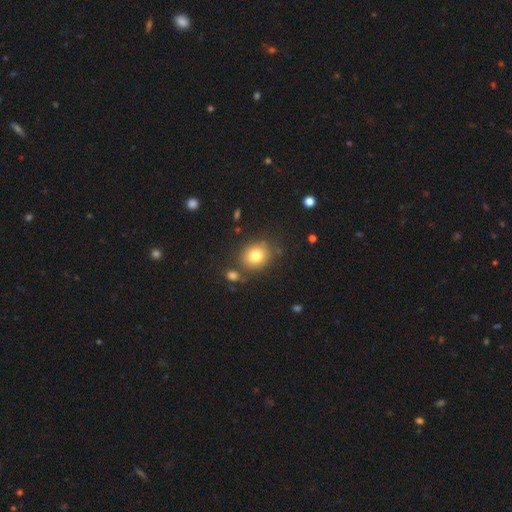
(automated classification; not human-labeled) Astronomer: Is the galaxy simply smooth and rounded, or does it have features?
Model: smooth — 78%.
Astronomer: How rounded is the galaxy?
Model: round — 67%.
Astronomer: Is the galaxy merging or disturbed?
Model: none — 76%.